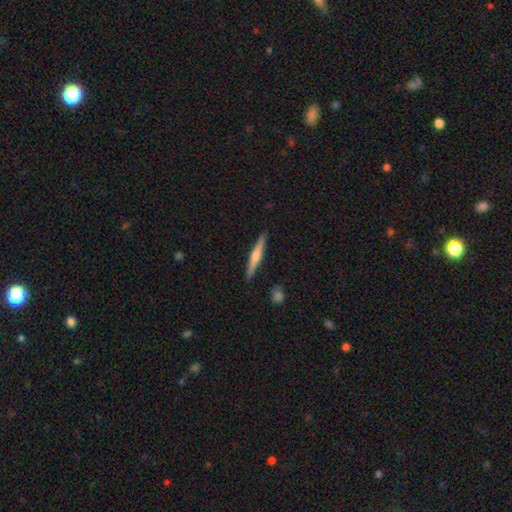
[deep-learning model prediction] This appears to be a featured or disk galaxy (52%) viewed edge-on (97%) with a rounded central bulge (74%). Merging: none (90%).